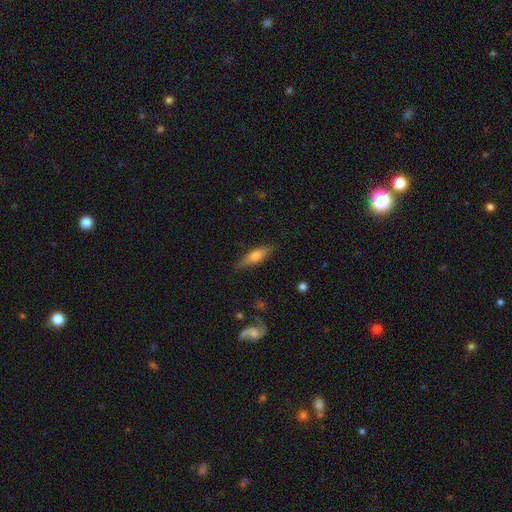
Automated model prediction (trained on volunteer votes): Smooth or featured? featured or disk (48%)
Merging? none (82%)